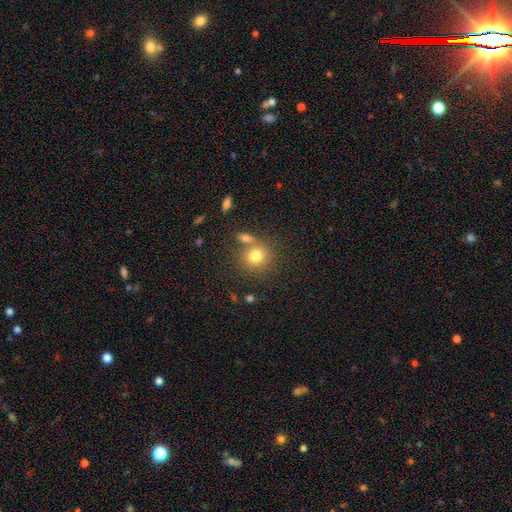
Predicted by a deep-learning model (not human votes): The model was most divided on "merging": none: 63%, merger: 22%, minor disturbance: 11%, major disturbance: 4%. More confident: how rounded — round (83%); smooth or featured — smooth (77%).